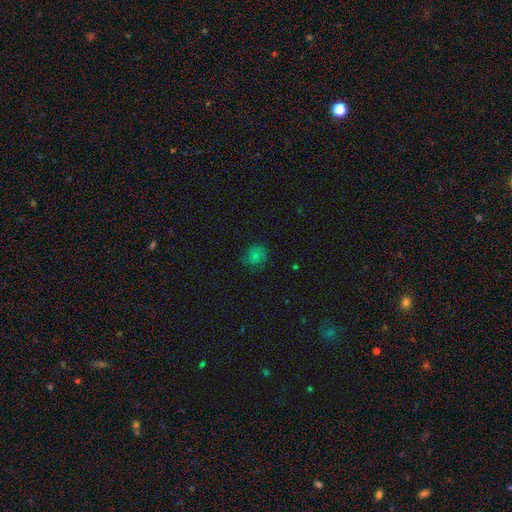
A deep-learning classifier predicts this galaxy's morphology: Smooth or featured: smooth — 74% (star or artifact — 17%)
How rounded: round — 73% (in between — 26%)
Merging: none — 66% (minor disturbance — 24%)